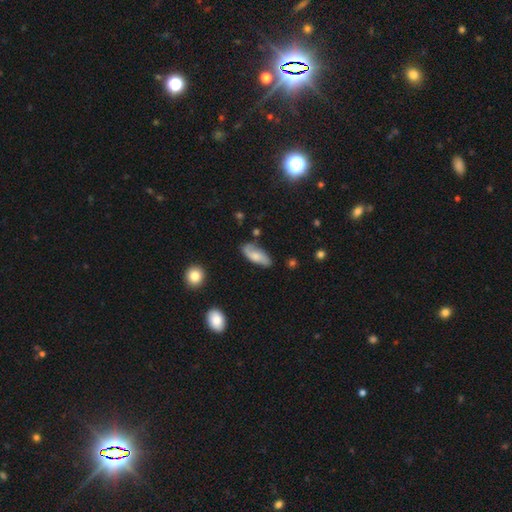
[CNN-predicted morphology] A smooth galaxy with no disk features (53%) that is in between round and cigar-shaped (82%).

Vote fractions:
- Smooth or featured? smooth: 53% / featured or disk: 40% / star or artifact: 7%
- How rounded? in between: 82% / cigar-shaped: 15% / round: 3%
- Merging? none: 71% / minor disturbance: 21% / major disturbance: 5% / merger: 3%